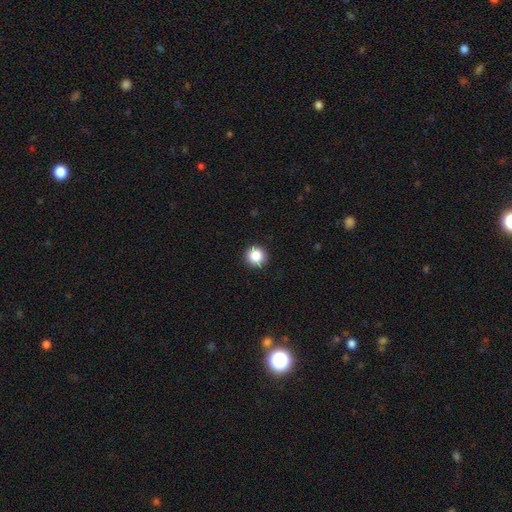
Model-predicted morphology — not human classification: Smooth or featured? Predicted: smooth (p=0.87). How rounded? Predicted: round (p=0.95). Merging? Predicted: none (p=0.92).